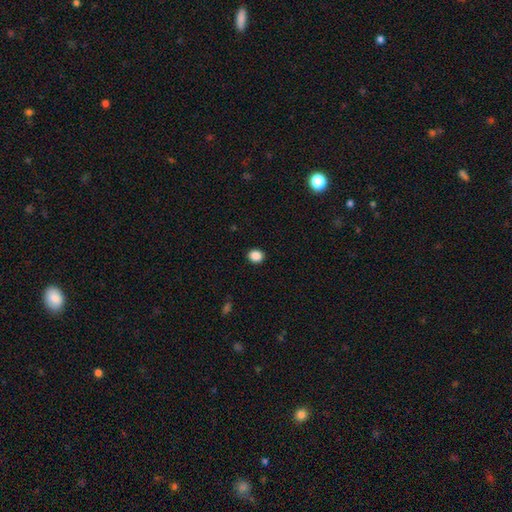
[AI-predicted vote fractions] smooth_or_featured: smooth (p=0.88) [alt: star or artifact p=0.10]
how_rounded: round (p=0.74) [alt: in between p=0.25]
merging: none (p=0.91) [alt: minor disturbance p=0.06]